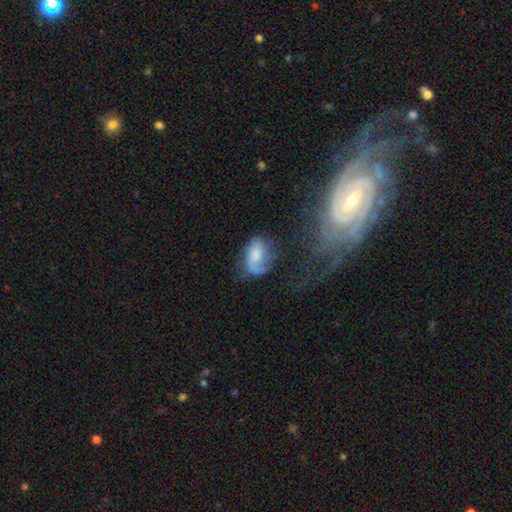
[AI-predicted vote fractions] Smooth or featured?
  - smooth: 46% *
  - featured or disk: 45%
  - star or artifact: 9%
Merging?
  - none: 40% *
  - major disturbance: 28%
  - minor disturbance: 26%
  - merger: 6%